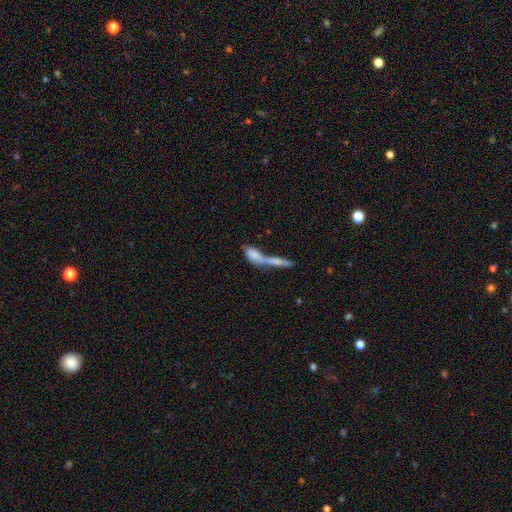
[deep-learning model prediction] The model was most divided on "how rounded": in between: 51%, cigar-shaped: 44%, round: 5%. More confident: smooth or featured — smooth (69%); merging — merger (68%).